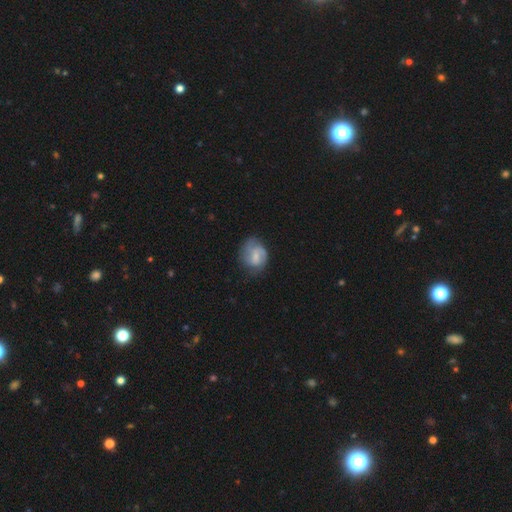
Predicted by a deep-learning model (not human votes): Smooth or featured: featured or disk — 51% (smooth — 42%)
Edge-on disk: no — 97% (yes — 3%)
Merging: none — 54% (minor disturbance — 29%)